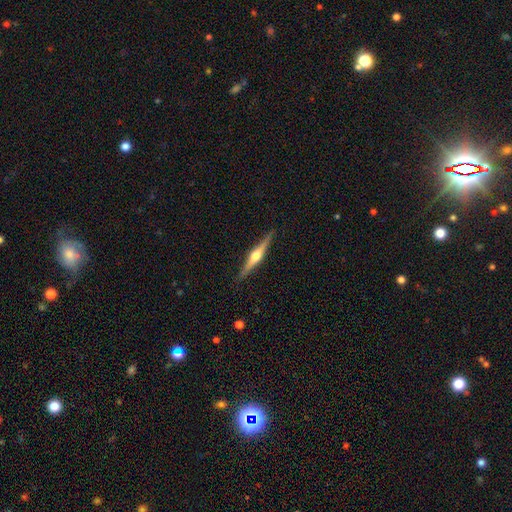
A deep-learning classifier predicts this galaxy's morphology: Smooth or featured: featured or disk — 78% (smooth — 17%)
Edge-on disk: yes — 98% (no — 2%)
Edge-on bulge: rounded — 95% (boxy — 3%)
Merging: none — 90% (minor disturbance — 7%)